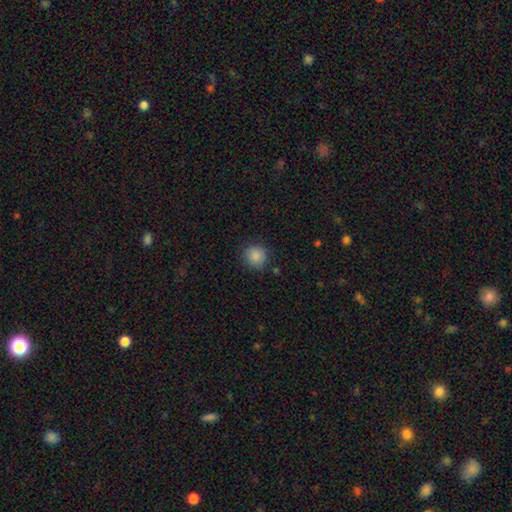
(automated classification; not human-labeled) Q: Smooth or featured?
A: smooth (87%); runner-up: star or artifact (9%)
Q: How rounded?
A: round (91%); runner-up: in between (8%)
Q: Merging?
A: none (86%); runner-up: minor disturbance (10%)